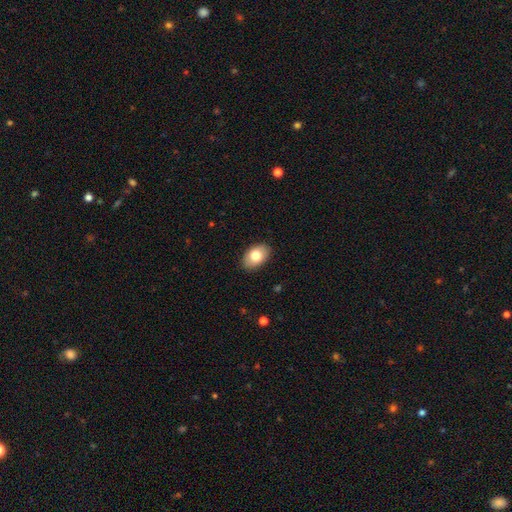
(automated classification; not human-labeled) smooth_or_featured: smooth (p=0.79) [alt: featured or disk p=0.13]
how_rounded: in between (p=0.89) [alt: round p=0.10]
merging: none (p=0.88) [alt: minor disturbance p=0.09]